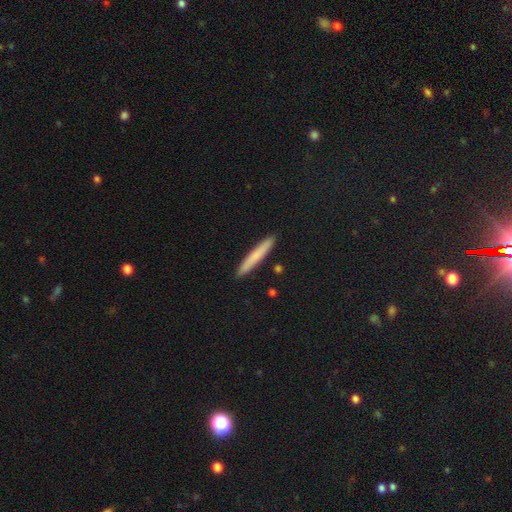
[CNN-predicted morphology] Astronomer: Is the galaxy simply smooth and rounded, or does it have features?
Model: smooth — 74%.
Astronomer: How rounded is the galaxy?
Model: cigar-shaped — 96%.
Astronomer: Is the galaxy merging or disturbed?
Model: none — 91%.